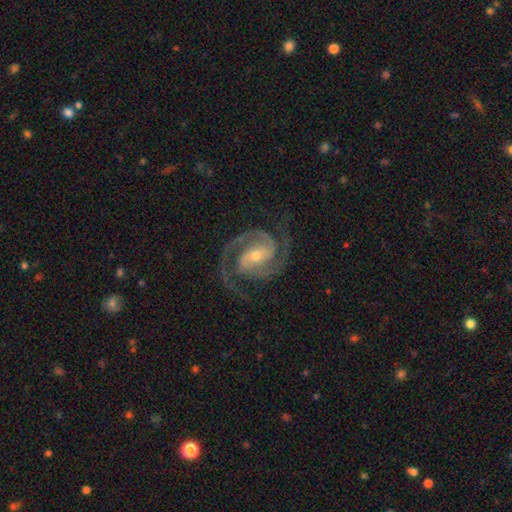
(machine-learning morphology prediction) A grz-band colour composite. It shows a featured or disk galaxy (93%) with a weak bar (38%), 2 (91%) medium (51%) spiral arms (99%) and a small central bulge (48%, tied with moderate). Merging: none (80%).